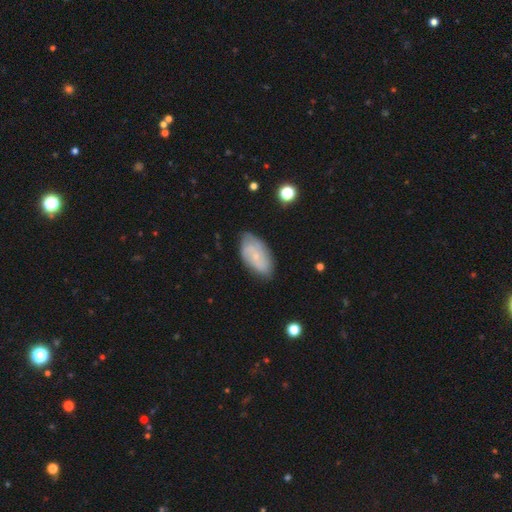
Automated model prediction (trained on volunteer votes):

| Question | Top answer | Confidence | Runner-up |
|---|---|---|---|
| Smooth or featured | featured or disk | 55% | smooth (38%) |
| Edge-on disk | no | 94% | yes (6%) |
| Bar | no | 73% | weak (23%) |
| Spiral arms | yes | 78% | no (22%) |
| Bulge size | small | 81% | moderate (13%) |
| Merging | none | 73% | minor disturbance (20%) |